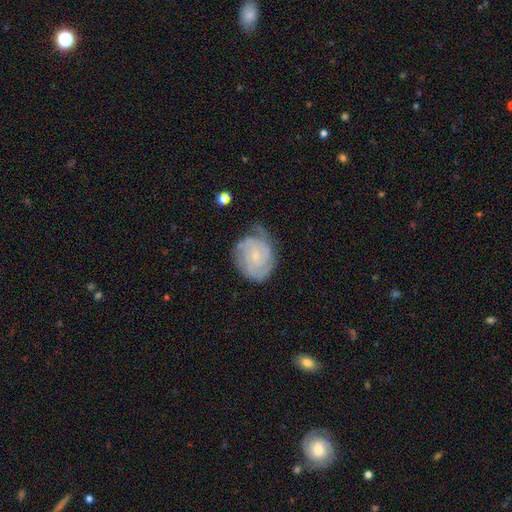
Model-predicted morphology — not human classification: smooth_or_featured: featured or disk (p=0.76) [alt: smooth p=0.17]
disk_edge_on: no (p=0.98) [alt: yes p=0.02]
bar: no (p=0.68) [alt: weak p=0.28]
has_spiral_arms: yes (p=0.94) [alt: no p=0.06]
spiral_winding: tight (p=0.67) [alt: medium p=0.26]
spiral_arm_count: can't tell (p=0.33) [alt: 3 p=0.24]
bulge_size: small (p=0.77) [alt: moderate p=0.15]
merging: none (p=0.60) [alt: minor disturbance p=0.28]